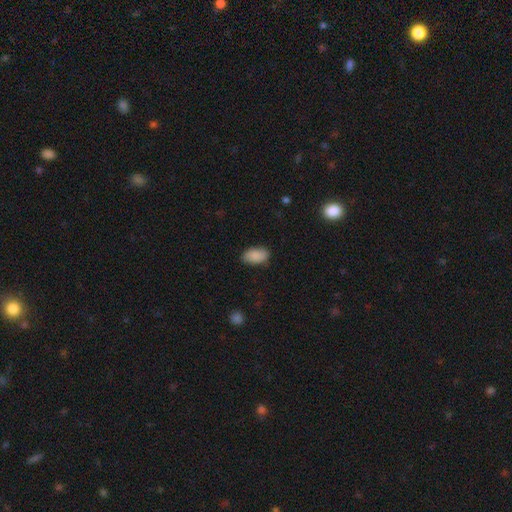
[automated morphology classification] type=smooth (89%); roundness=in between (94%); merging=none (85%).